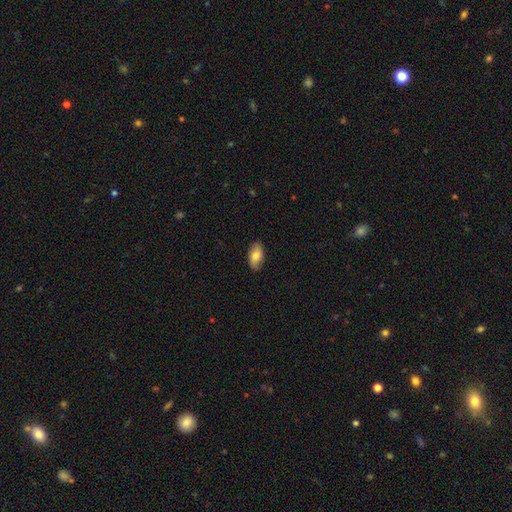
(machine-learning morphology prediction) smooth_or_featured: smooth (p=0.78) [alt: featured or disk p=0.16]
how_rounded: in between (p=0.93) [alt: cigar-shaped p=0.04]
merging: none (p=0.84) [alt: minor disturbance p=0.13]